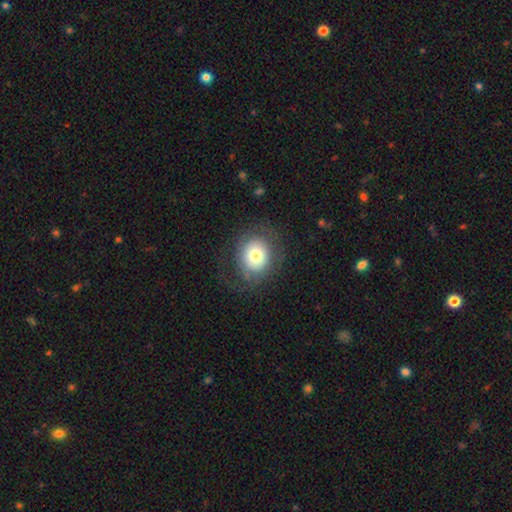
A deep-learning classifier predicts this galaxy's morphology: smooth_or_featured: smooth (p=0.68) [alt: featured or disk p=0.22]
how_rounded: round (p=0.76) [alt: in between p=0.23]
merging: none (p=0.73) [alt: minor disturbance p=0.14]